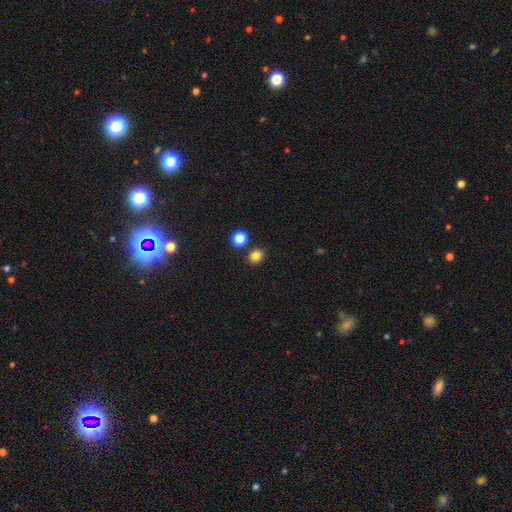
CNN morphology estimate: A smooth galaxy with no disk features (82%) that is round (72%). Merging: none (83%).